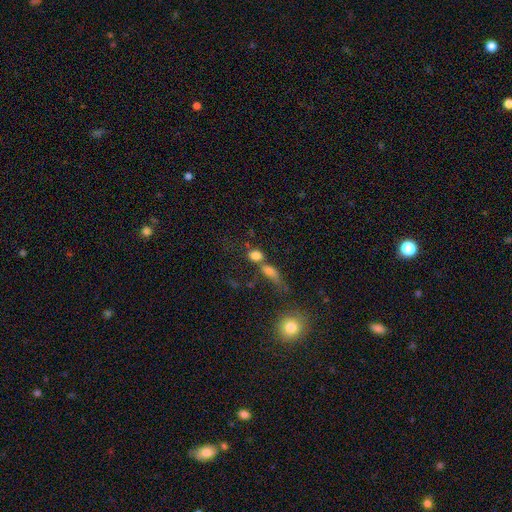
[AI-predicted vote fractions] A smooth galaxy with no disk features (76%) that is in between round and cigar-shaped (49%). Merging: merger (49%).